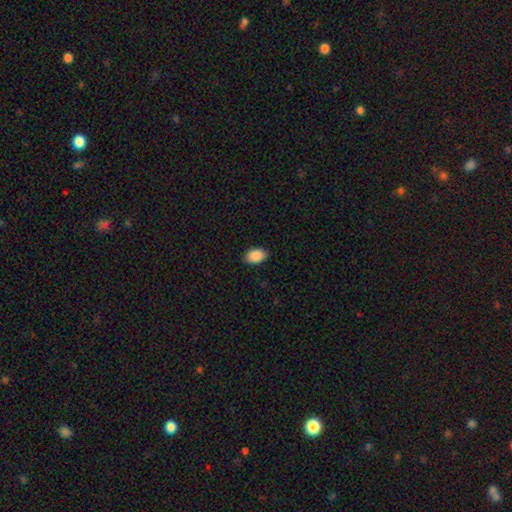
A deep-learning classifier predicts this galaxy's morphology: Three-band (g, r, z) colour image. It shows a smooth galaxy with no disk features (90%) that is in between round and cigar-shaped (88%). Merging: none (88%).